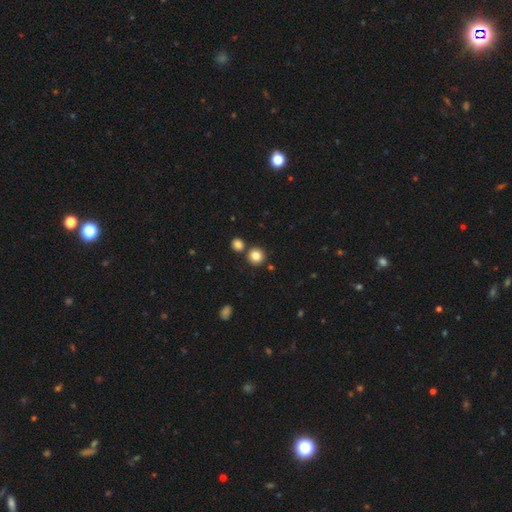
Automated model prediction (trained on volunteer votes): Morphology: type=smooth (83%); roundness=round (91%); merging=none (79%).